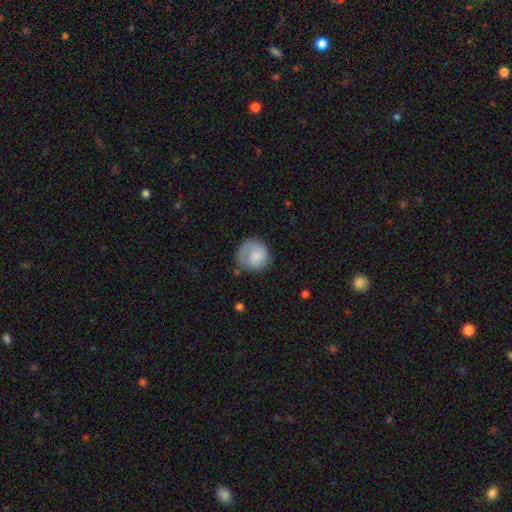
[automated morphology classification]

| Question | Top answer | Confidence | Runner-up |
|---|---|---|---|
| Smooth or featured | smooth | 70% | featured or disk (24%) |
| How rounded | round | 87% | in between (12%) |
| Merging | none | 58% | minor disturbance (24%) |